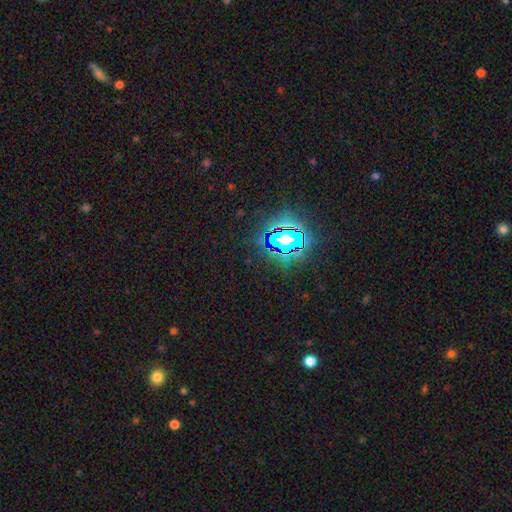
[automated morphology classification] Smooth or featured: star or artifact — 81% (smooth — 11%)